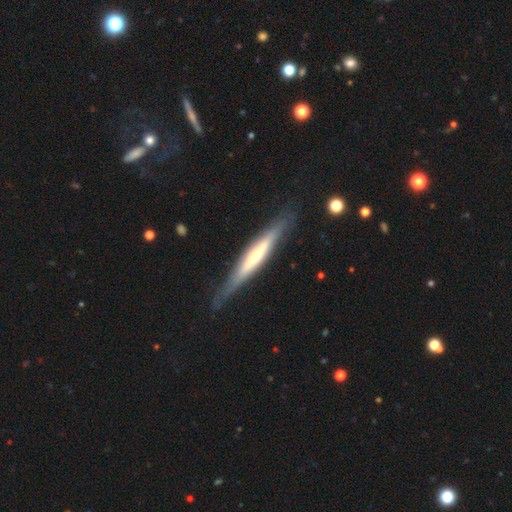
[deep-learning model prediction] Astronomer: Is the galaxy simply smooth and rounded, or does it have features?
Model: featured or disk — 57% (runner-up: smooth, 37%).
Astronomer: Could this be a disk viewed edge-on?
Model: yes — 93%.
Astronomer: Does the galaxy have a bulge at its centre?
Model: none — 48% (runner-up: rounded, 31%).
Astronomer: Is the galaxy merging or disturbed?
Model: none — 80%.